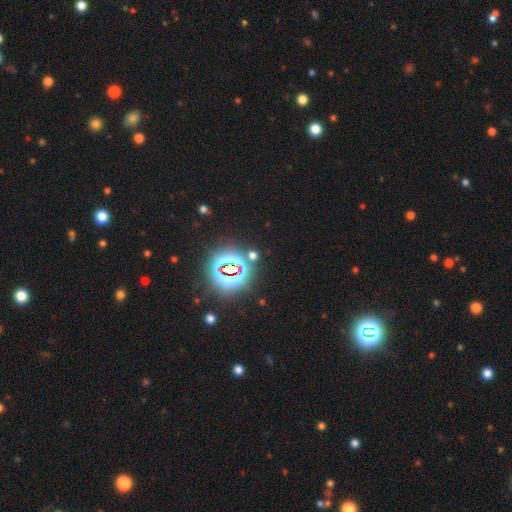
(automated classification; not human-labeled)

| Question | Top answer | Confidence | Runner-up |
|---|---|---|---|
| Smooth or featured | star or artifact | 84% | smooth (10%) |